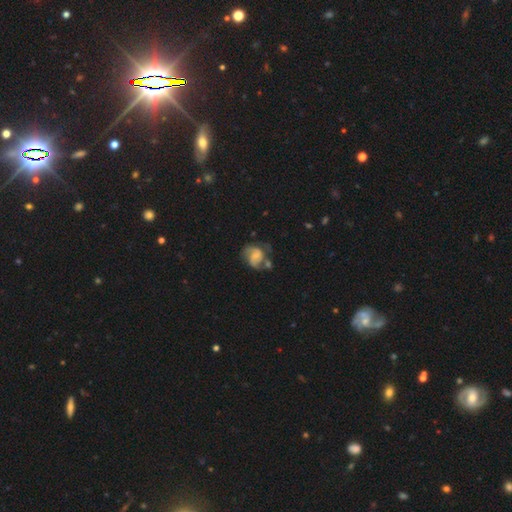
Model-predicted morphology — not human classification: Smooth or featured: featured or disk — 67% (smooth — 25%)
Edge-on disk: no — 98% (yes — 2%)
Bar: no — 47% (weak — 41%)
Spiral arms: yes — 89% (no — 11%)
Spiral winding: medium — 47% (tight — 28%)
Spiral arm count: 2 — 75% (can't tell — 11%)
Bulge size: small — 37% (none — 34%)
Merging: none — 39% (minor disturbance — 23%)